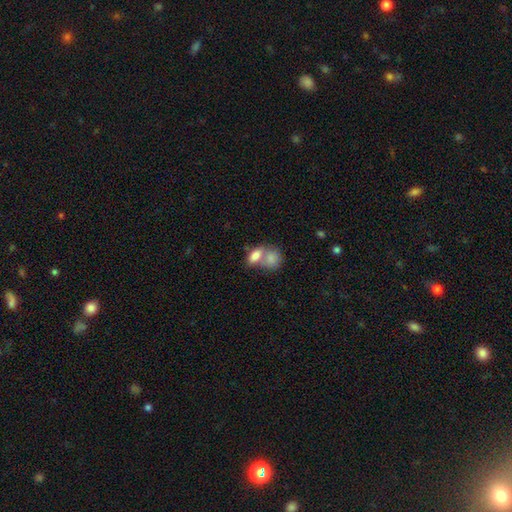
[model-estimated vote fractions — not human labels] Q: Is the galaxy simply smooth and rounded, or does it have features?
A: smooth — 79%.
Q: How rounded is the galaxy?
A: in between — 79%.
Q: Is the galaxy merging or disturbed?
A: merger — 63%.